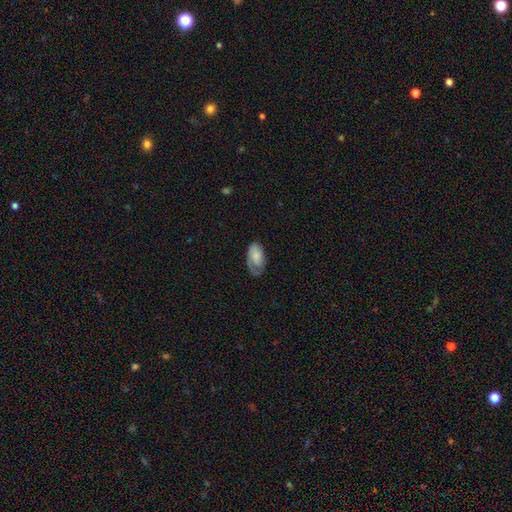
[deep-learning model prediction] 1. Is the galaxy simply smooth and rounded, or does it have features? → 66% smooth, 28% featured or disk, 6% star or artifact.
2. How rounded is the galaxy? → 94% in between, 4% round, 2% cigar-shaped.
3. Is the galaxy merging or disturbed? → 48% none, 31% minor disturbance, 19% major disturbance, 2% merger.